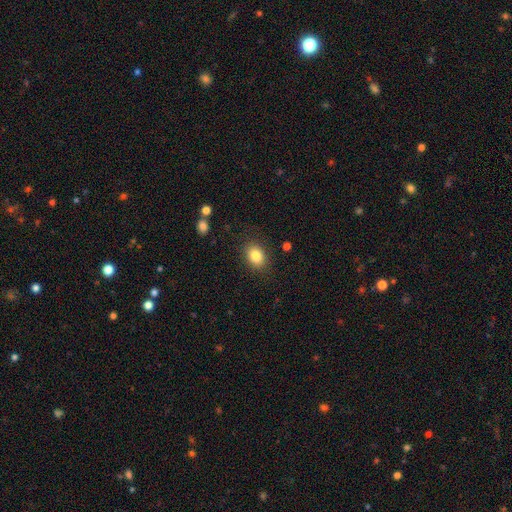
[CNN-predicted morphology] type=smooth (83%); roundness=in between (64%); merging=none (86%).